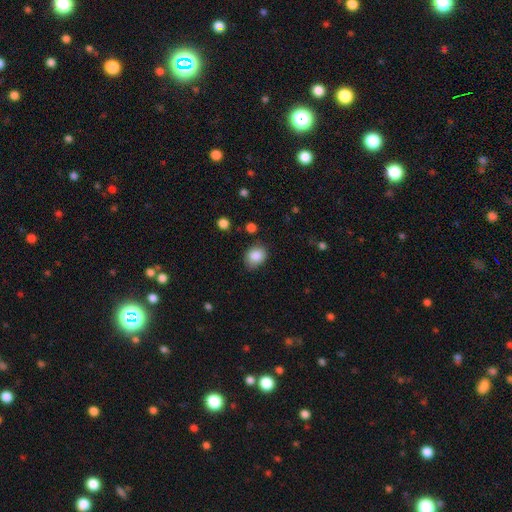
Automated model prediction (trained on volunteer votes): A smooth galaxy with no disk features (87%) that is in between round and cigar-shaped (51%). Merging: none (73%).